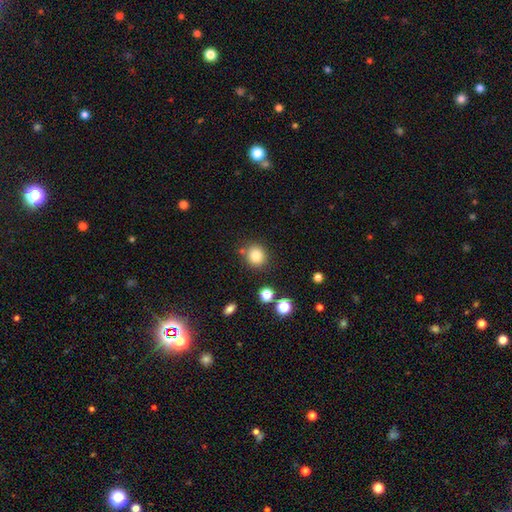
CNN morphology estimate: This appears to be a smooth galaxy with no disk features (82%) that is round (82%). Merging: none (80%).